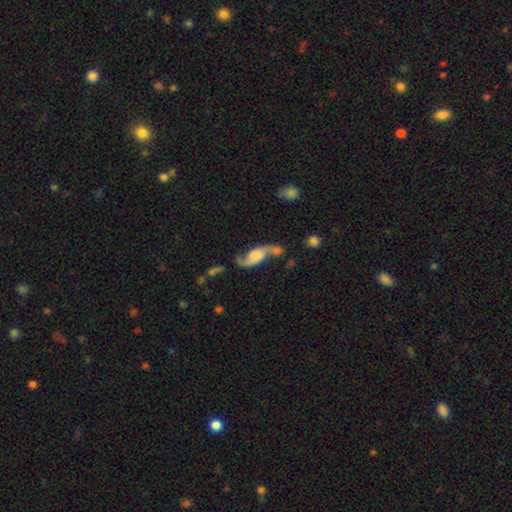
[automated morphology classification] A featured or disk galaxy (79%) with no bar (58%), 2 (92%) loose (77%) spiral arms (94%) and no central bulge (29%).

Vote fractions:
- Smooth or featured? featured or disk: 79% / smooth: 15% / star or artifact: 6%
- Edge-on disk? no: 93% / yes: 7%
- Bar? no: 58% / weak: 32% / strong: 10%
- Spiral arms? yes: 94% / no: 6%
- Spiral winding? loose: 77% / medium: 18% / tight: 5%
- Spiral arm count? 2: 92% / 1: 3% / can't tell: 2% / 3: 1% / 4: 1% / more than 4: 1%
- Bulge size? none: 29% / large: 24% / moderate: 21% / small: 20% / dominant: 5%
- Merging? none: 49% / merger: 19% / minor disturbance: 19% / major disturbance: 13%